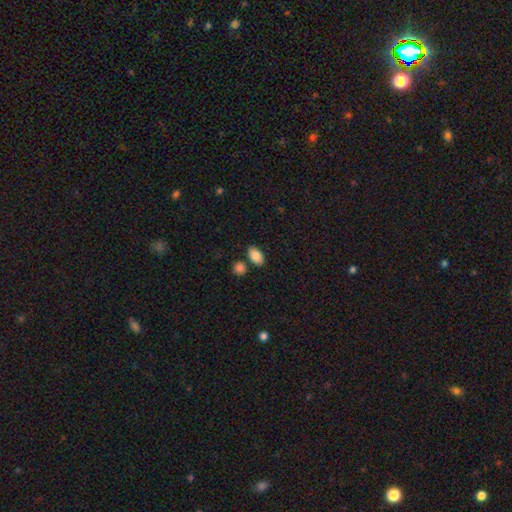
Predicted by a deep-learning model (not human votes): smooth-or-featured: smooth: 84% | star or artifact: 8% | featured or disk: 8%
  how-rounded: in between: 91% | round: 8% | cigar-shaped: 2%
  merging: none: 79% | minor disturbance: 10% | merger: 9% | major disturbance: 2%